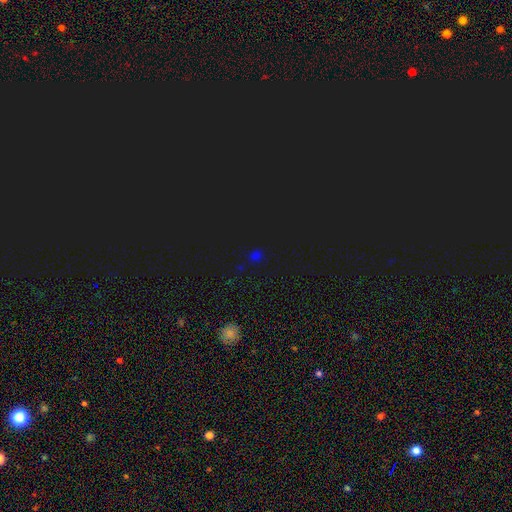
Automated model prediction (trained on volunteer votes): A star or artifact, not a galaxy (52%).

Vote fractions:
- Smooth or featured? star or artifact: 52% / smooth: 43% / featured or disk: 5%